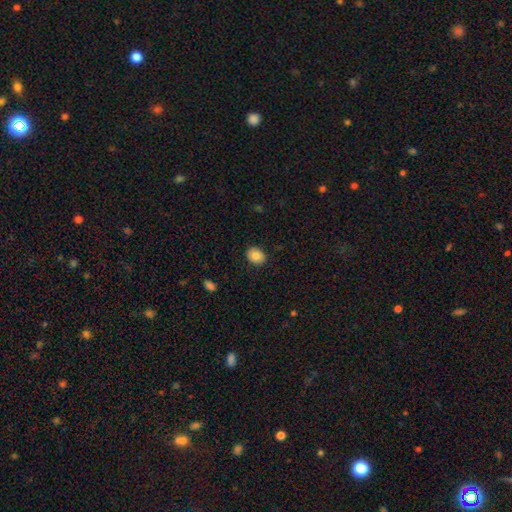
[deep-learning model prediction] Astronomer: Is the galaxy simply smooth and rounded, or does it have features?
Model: smooth — 82%.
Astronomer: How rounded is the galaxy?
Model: round — 50% (runner-up: in between, 49%).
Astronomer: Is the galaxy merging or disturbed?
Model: none — 88%.